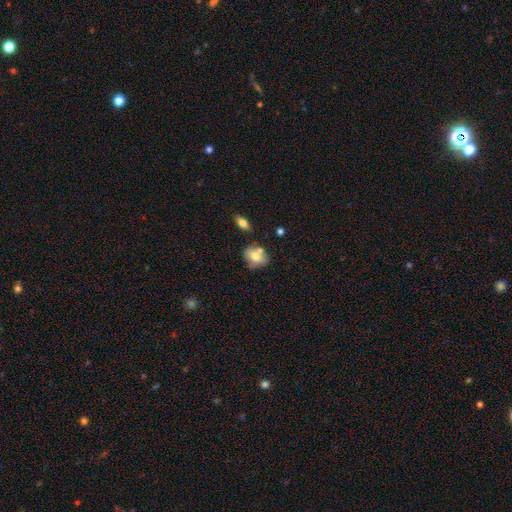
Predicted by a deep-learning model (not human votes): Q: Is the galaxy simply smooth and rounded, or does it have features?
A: smooth — 73%.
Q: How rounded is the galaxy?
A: in between — 53%.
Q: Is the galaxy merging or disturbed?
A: none — 57%.